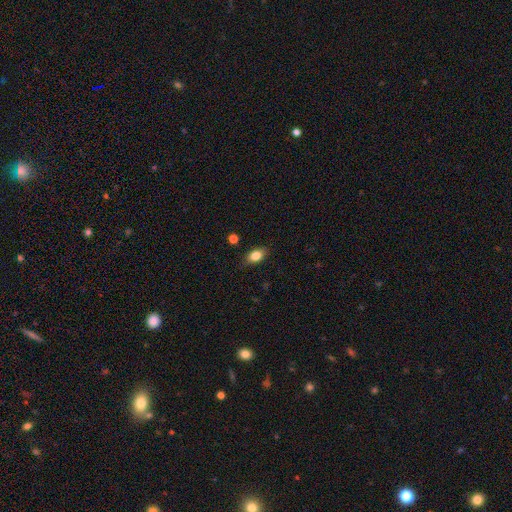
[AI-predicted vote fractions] smooth 82%, featured or disk 10%, star or artifact 8%. Down the decision tree: how rounded — in between (84%); merging — none (82%).